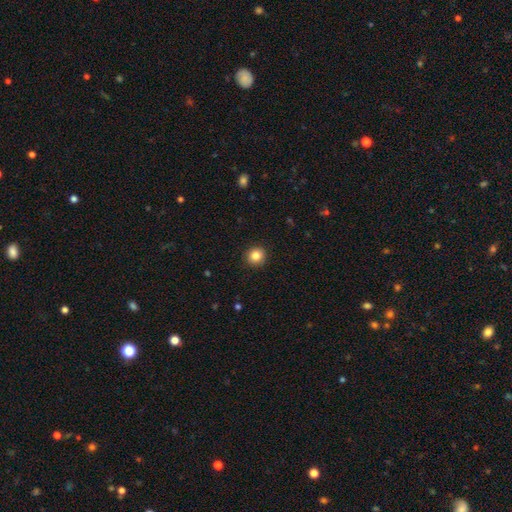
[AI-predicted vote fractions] Smooth or featured: smooth — 85% (star or artifact — 10%)
How rounded: round — 90% (in between — 9%)
Merging: none — 92% (minor disturbance — 6%)